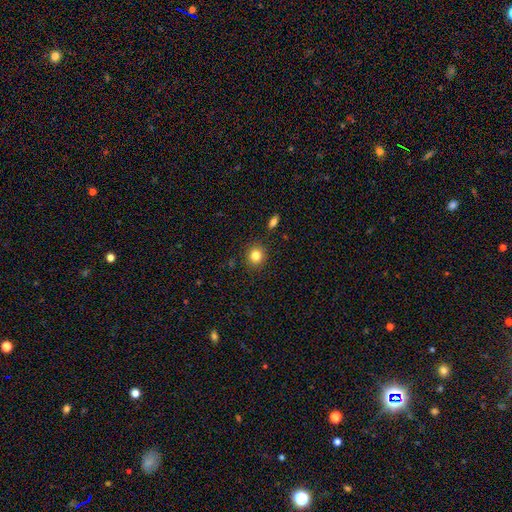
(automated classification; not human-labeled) A smooth galaxy with no disk features (83%) that is round (84%). Merging: none (89%).